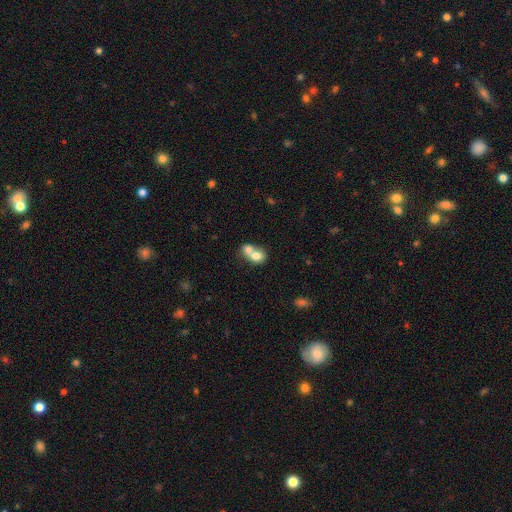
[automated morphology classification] Q: Smooth or featured?
A: smooth (72%); runner-up: featured or disk (20%)
Q: How rounded?
A: in between (52%); runner-up: round (47%)
Q: Merging?
A: merger (74%); runner-up: none (17%)